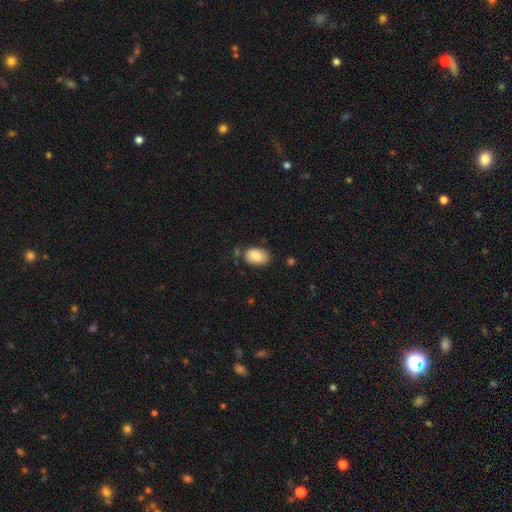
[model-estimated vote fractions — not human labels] The model was most divided on "merging": none: 69%, minor disturbance: 21%, major disturbance: 5%, merger: 5%. More confident: how rounded — in between (91%); smooth or featured — smooth (82%).